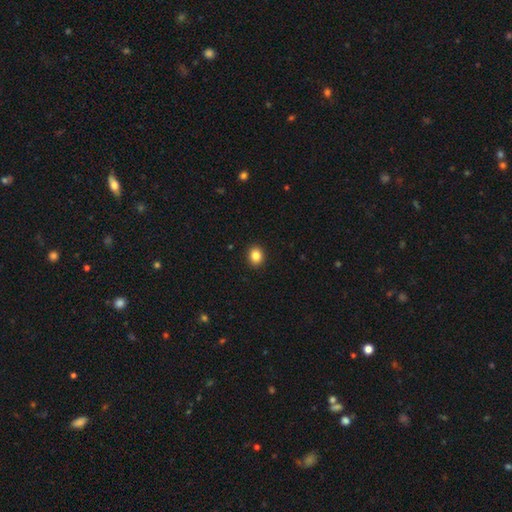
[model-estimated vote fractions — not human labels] This is clearly a smooth galaxy (84%). How rounded: likely round (65%). Merging: clearly none (92%).